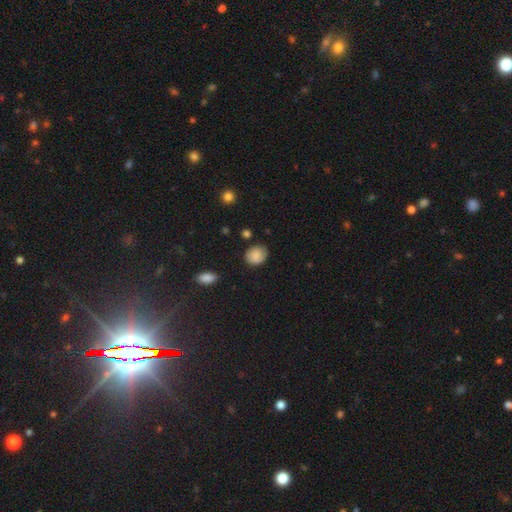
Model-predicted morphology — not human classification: Smooth or featured: smooth — 87% (star or artifact — 8%)
How rounded: round — 57% (in between — 42%)
Merging: none — 82% (minor disturbance — 13%)